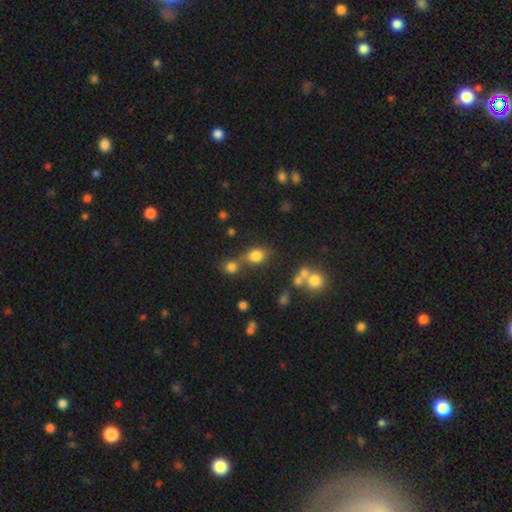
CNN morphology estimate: Smooth or featured? Predicted: smooth (p=0.77). How rounded? Predicted: round (p=0.53). Merging? Predicted: none (p=0.50).